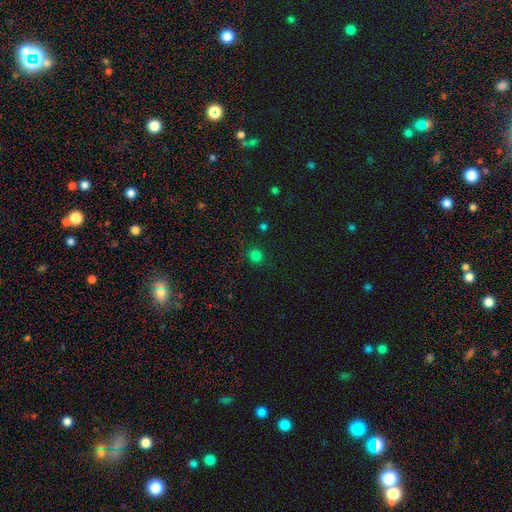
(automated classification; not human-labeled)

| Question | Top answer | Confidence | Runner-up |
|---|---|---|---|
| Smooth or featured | smooth | 79% | star or artifact (17%) |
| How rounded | round | 89% | in between (10%) |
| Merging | none | 89% | minor disturbance (7%) |